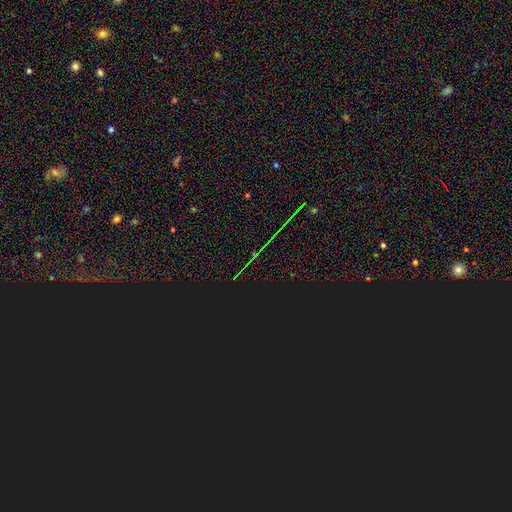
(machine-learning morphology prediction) smooth-or-featured: star or artifact: 84% | smooth: 9% | featured or disk: 6%